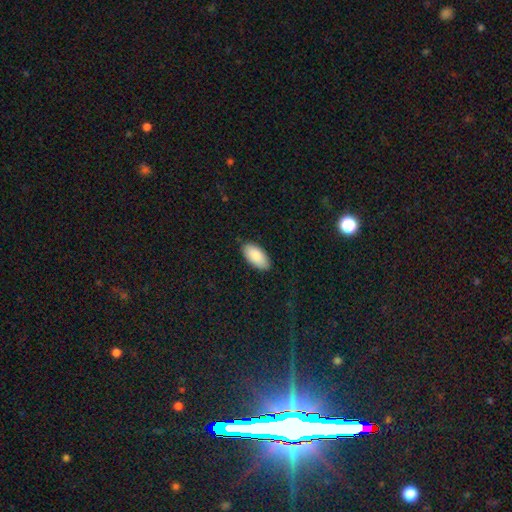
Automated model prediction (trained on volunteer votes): smooth-or-featured: smooth: 90% | star or artifact: 6% | featured or disk: 5%
  how-rounded: in between: 95% | cigar-shaped: 4% | round: 2%
  merging: none: 86% | minor disturbance: 11% | major disturbance: 2% | merger: 1%